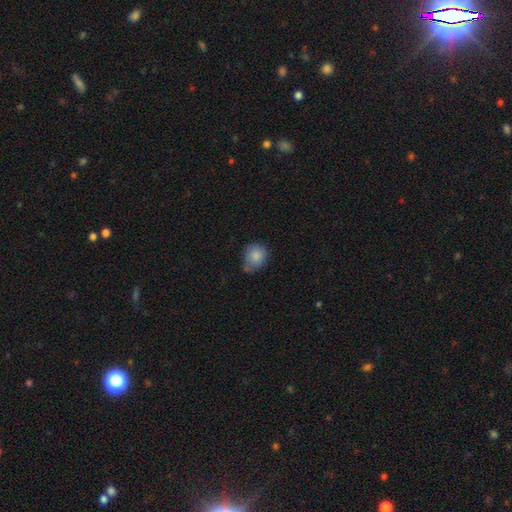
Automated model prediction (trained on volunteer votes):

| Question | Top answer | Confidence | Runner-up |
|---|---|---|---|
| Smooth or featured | smooth | 85% | star or artifact (8%) |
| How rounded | round | 68% | in between (31%) |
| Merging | none | 54% | minor disturbance (31%) |